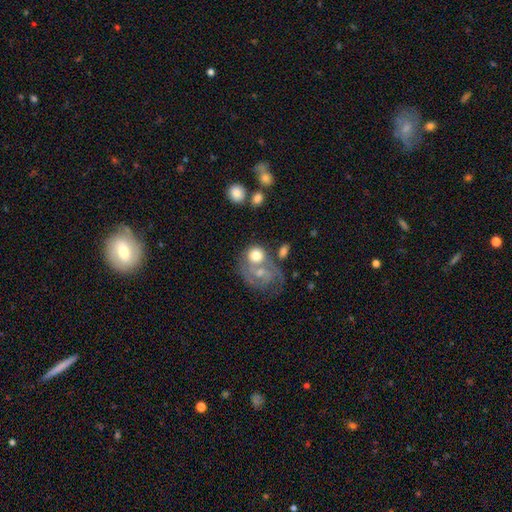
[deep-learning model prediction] smooth_or_featured: smooth (p=0.57) [alt: featured or disk p=0.35]
how_rounded: round (p=0.67) [alt: in between p=0.31]
merging: merger (p=0.43) [alt: none p=0.33]